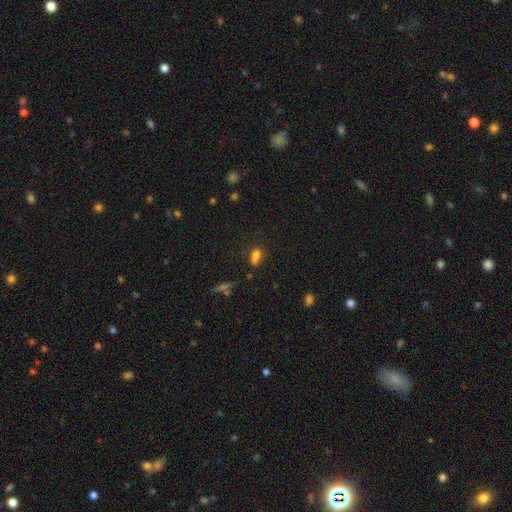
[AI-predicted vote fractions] smooth_or_featured: smooth (p=0.72) [alt: star or artifact p=0.17]
how_rounded: in between (p=0.74) [alt: round p=0.18]
merging: none (p=0.53) [alt: minor disturbance p=0.21]